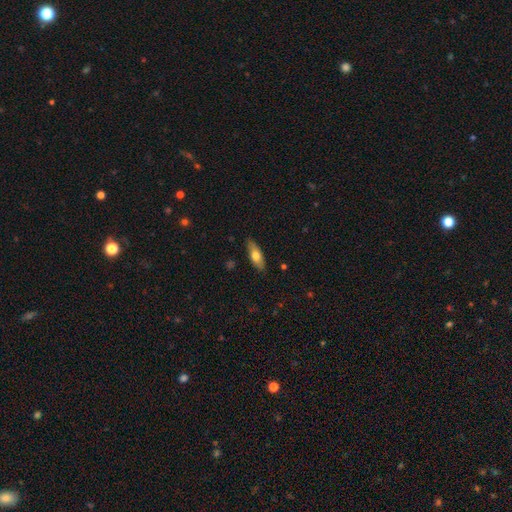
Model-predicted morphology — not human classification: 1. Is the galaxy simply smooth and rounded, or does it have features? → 67% smooth, 27% featured or disk, 6% star or artifact.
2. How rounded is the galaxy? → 68% in between, 30% cigar-shaped, 3% round.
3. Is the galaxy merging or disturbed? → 84% none, 13% minor disturbance, 2% major disturbance, 1% merger.